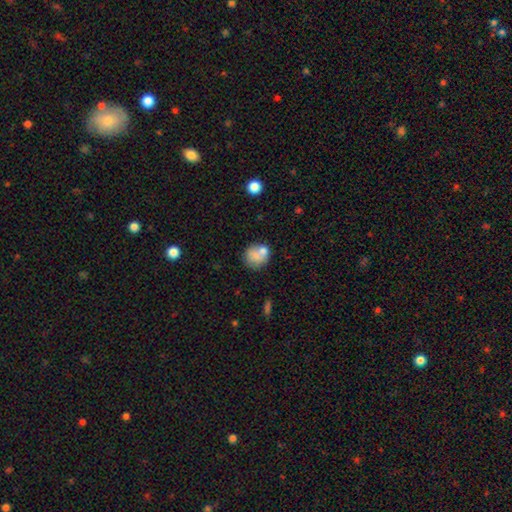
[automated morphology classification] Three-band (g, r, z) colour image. It shows a smooth galaxy with no disk features (75%) that is round (79%). Merging: none (52%).